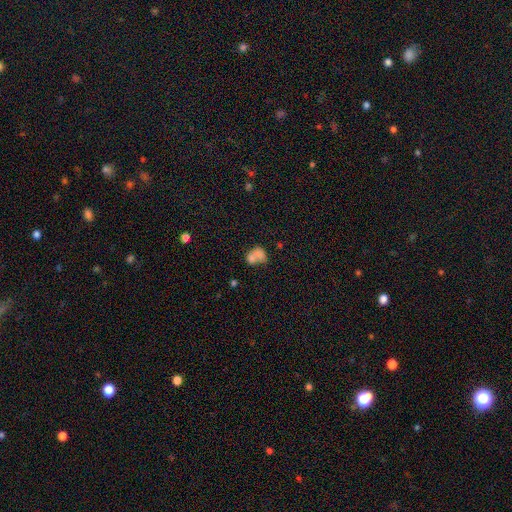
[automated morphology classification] Q: Smooth or featured?
A: smooth (70%); runner-up: featured or disk (19%)
Q: How rounded?
A: in between (58%); runner-up: round (40%)
Q: Merging?
A: merger (63%); runner-up: none (19%)